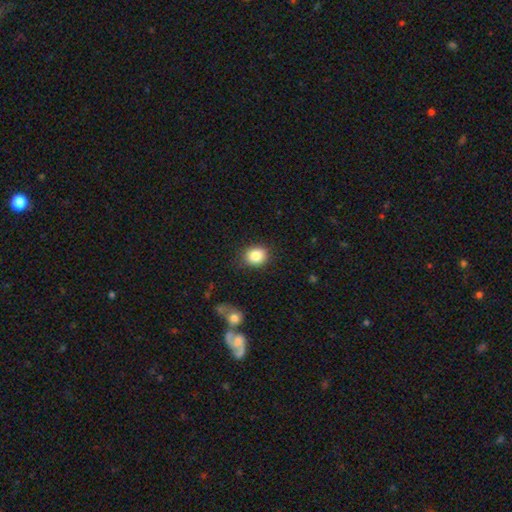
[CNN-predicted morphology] This is clearly a smooth galaxy (85%). How rounded: likely round (64%). Merging: clearly none (81%).